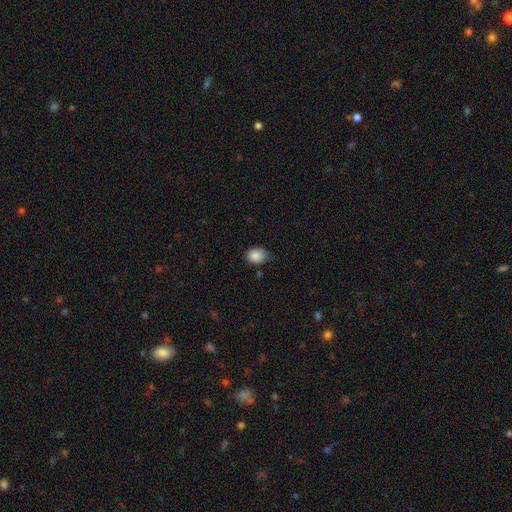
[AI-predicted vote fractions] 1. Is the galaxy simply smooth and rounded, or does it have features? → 87% smooth, 8% star or artifact, 4% featured or disk.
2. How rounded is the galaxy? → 60% in between, 39% round, 1% cigar-shaped.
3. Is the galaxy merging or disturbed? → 64% none, 30% minor disturbance, 4% major disturbance, 2% merger.